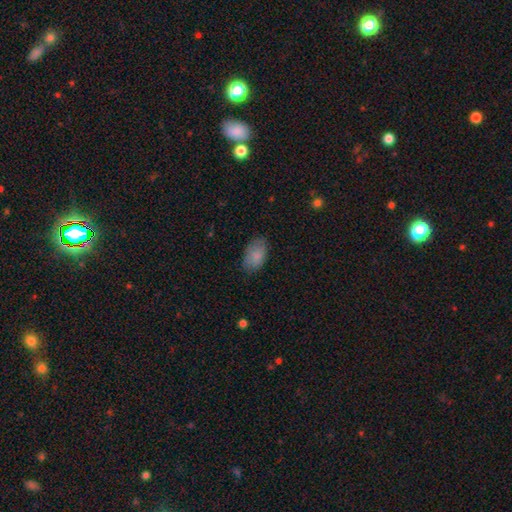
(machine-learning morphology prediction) A smooth galaxy with no disk features (84%) that is in between round and cigar-shaped (93%).

Vote fractions:
- Smooth or featured? smooth: 84% / featured or disk: 9% / star or artifact: 7%
- How rounded? in between: 93% / round: 5% / cigar-shaped: 2%
- Merging? none: 78% / minor disturbance: 17% / major disturbance: 4% / merger: 1%